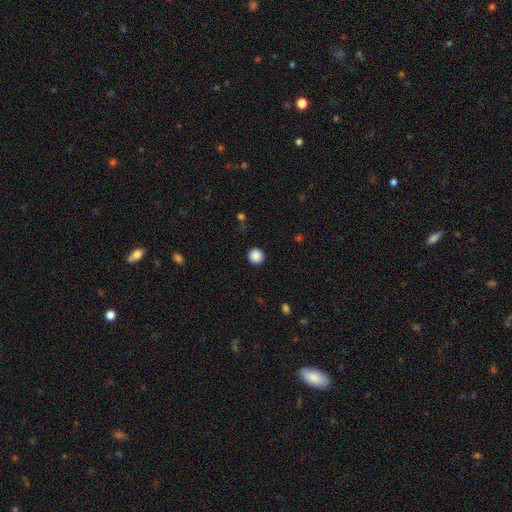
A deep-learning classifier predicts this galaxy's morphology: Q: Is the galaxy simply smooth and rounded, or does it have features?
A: smooth — 88%.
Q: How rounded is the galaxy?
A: round — 95%.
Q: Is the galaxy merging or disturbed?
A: none — 92%.